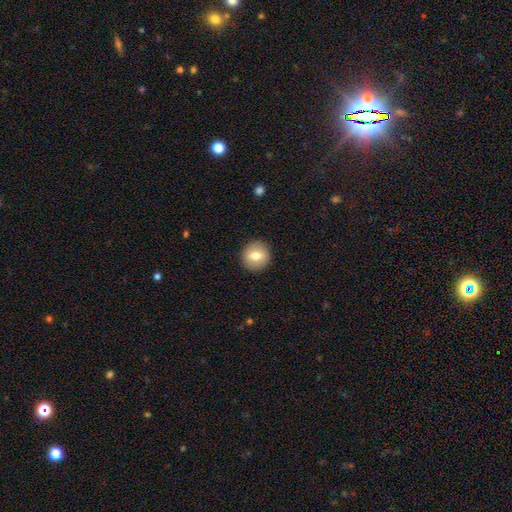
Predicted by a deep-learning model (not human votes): This is likely a smooth galaxy (73%). How rounded: clearly round (90%). Merging: clearly none (91%).